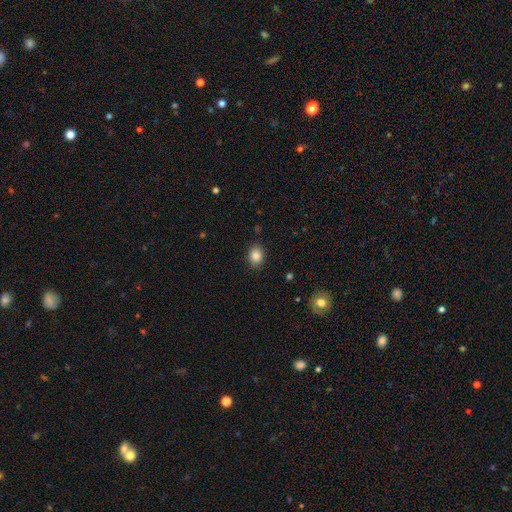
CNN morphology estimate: Smooth or featured?
  - smooth: 86% *
  - star or artifact: 9%
  - featured or disk: 5%
How rounded?
  - in between: 56% *
  - round: 43%
  - cigar-shaped: 1%
Merging?
  - none: 87% *
  - minor disturbance: 9%
  - major disturbance: 2%
  - merger: 1%